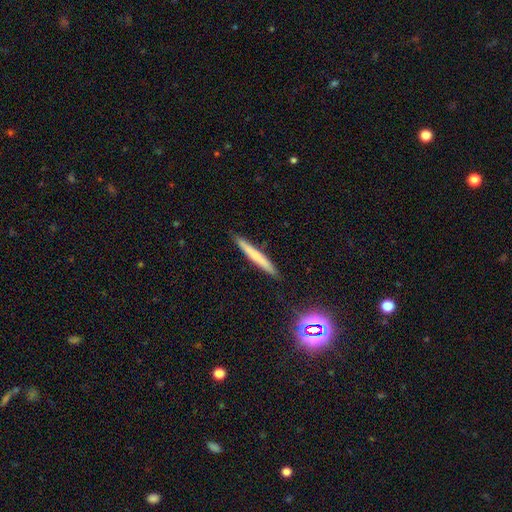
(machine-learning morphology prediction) This appears to be a smooth galaxy with no disk features (63%) that is cigar-shaped (96%). Merging: none (89%).